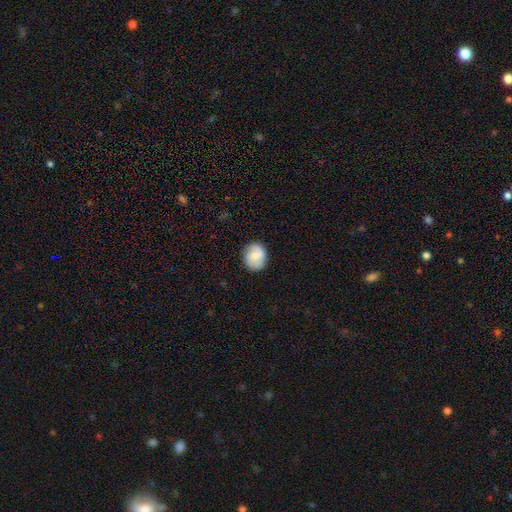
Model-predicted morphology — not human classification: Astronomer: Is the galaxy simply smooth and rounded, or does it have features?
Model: smooth — 77%.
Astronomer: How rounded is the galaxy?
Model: round — 65%.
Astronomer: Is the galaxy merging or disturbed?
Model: none — 84%.